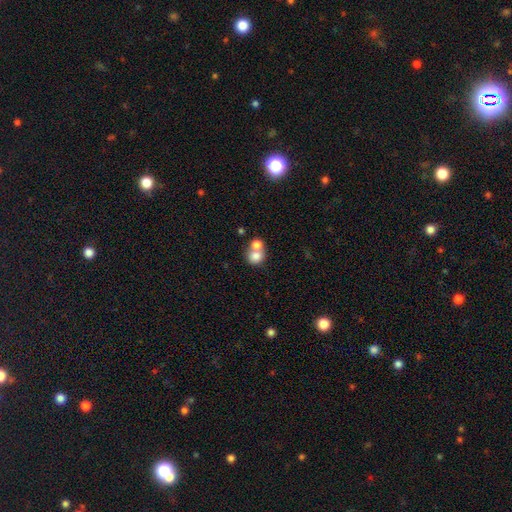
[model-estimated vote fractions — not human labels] Smooth or featured?
  - smooth: 77% *
  - featured or disk: 13%
  - star or artifact: 10%
How rounded?
  - round: 76% *
  - in between: 23%
  - cigar-shaped: 1%
Merging?
  - merger: 58% *
  - none: 33%
  - minor disturbance: 6%
  - major disturbance: 3%